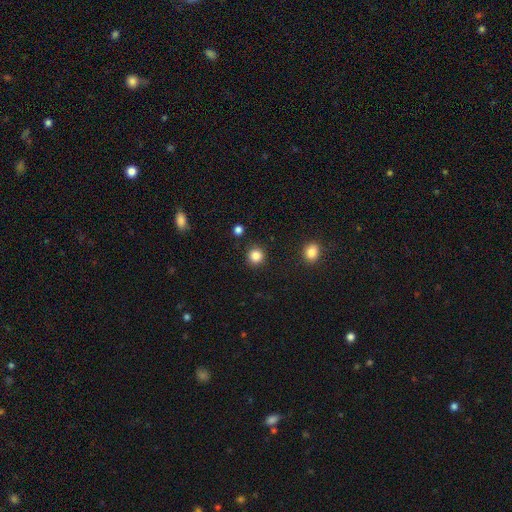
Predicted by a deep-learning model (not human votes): A smooth galaxy with no disk features (84%) that is round (93%).

Vote fractions:
- Smooth or featured? smooth: 84% / star or artifact: 11% / featured or disk: 4%
- How rounded? round: 93% / in between: 6% / cigar-shaped: 1%
- Merging? none: 91% / minor disturbance: 5% / major disturbance: 2% / merger: 2%